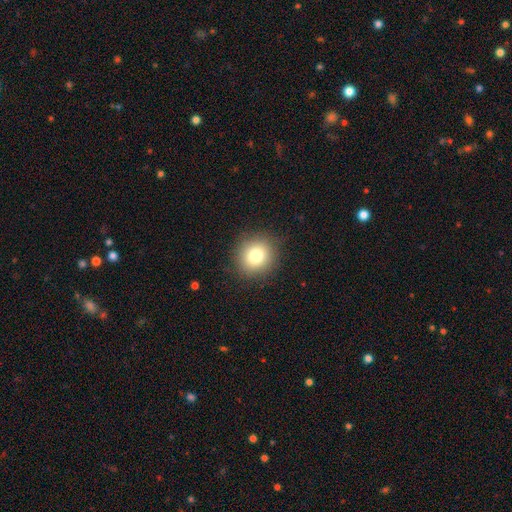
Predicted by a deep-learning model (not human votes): smooth_or_featured: smooth (p=0.79) [alt: star or artifact p=0.11]
how_rounded: round (p=0.87) [alt: in between p=0.12]
merging: none (p=0.88) [alt: minor disturbance p=0.08]